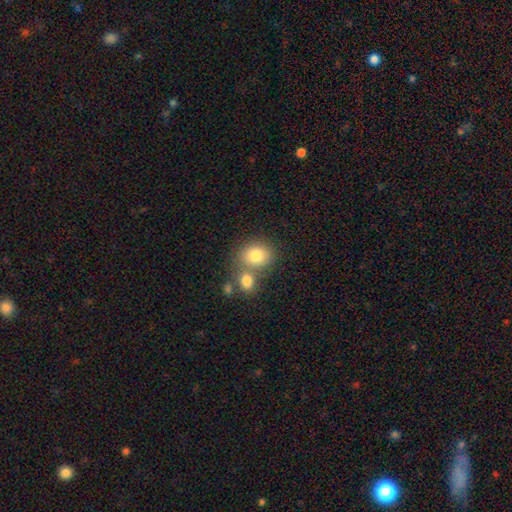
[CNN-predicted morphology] This is clearly a smooth galaxy (80%). How rounded: likely round (62%). Merging: possibly none (50%).